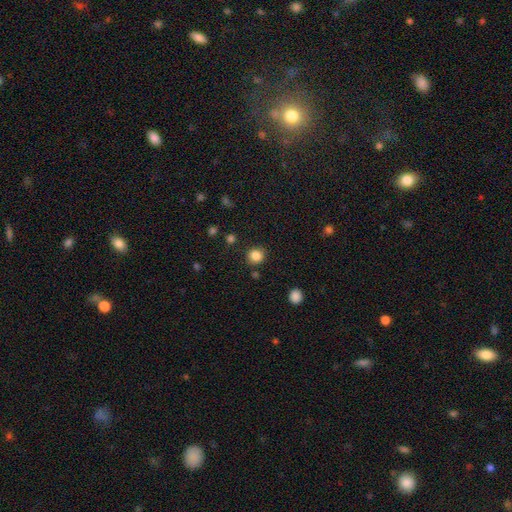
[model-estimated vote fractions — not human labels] Q: Smooth or featured?
A: smooth (85%); runner-up: star or artifact (11%)
Q: How rounded?
A: round (85%); runner-up: in between (14%)
Q: Merging?
A: none (86%); runner-up: minor disturbance (8%)